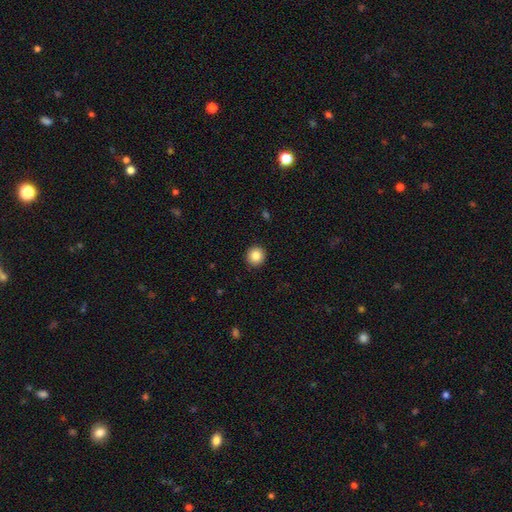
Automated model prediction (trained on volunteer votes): Q: Smooth or featured?
A: smooth (86%); runner-up: star or artifact (9%)
Q: How rounded?
A: round (93%); runner-up: in between (6%)
Q: Merging?
A: none (93%); runner-up: minor disturbance (5%)